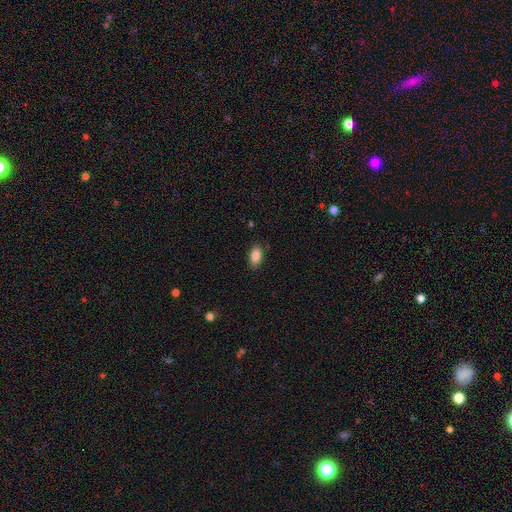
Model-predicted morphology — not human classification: smooth-or-featured: smooth: 86% | star or artifact: 8% | featured or disk: 6%
  how-rounded: in between: 91% | round: 6% | cigar-shaped: 3%
  merging: none: 86% | minor disturbance: 11% | major disturbance: 2% | merger: 1%